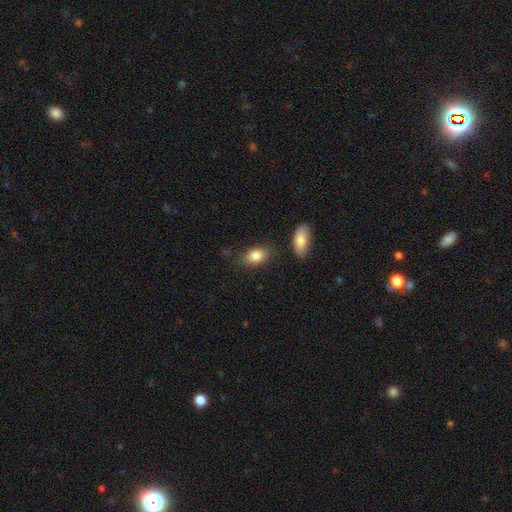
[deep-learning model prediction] Smooth or featured?
  - smooth: 85% *
  - featured or disk: 8%
  - star or artifact: 7%
How rounded?
  - in between: 87% *
  - round: 10%
  - cigar-shaped: 3%
Merging?
  - none: 77% *
  - minor disturbance: 13%
  - merger: 6%
  - major disturbance: 4%